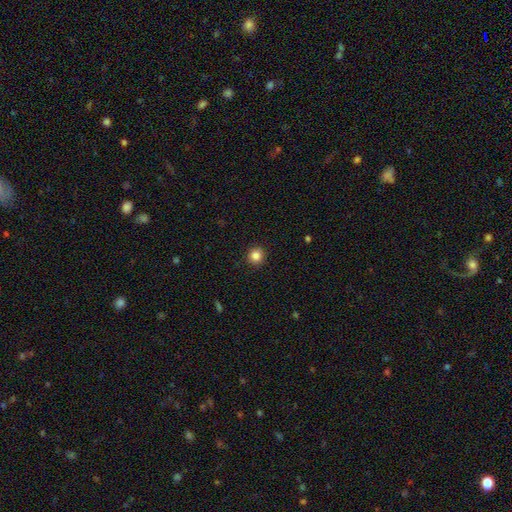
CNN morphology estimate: A smooth galaxy with no disk features (85%) that is round (92%). Merging: none (92%).